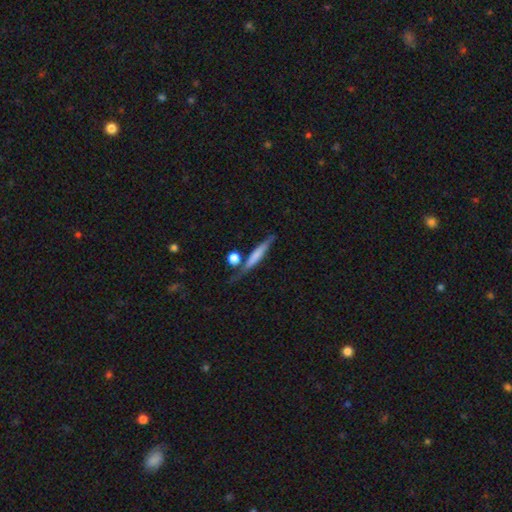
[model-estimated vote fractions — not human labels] smooth_or_featured: smooth (p=0.58) [alt: featured or disk p=0.36]
how_rounded: cigar-shaped (p=0.88) [alt: in between p=0.08]
merging: none (p=0.63) [alt: minor disturbance p=0.17]